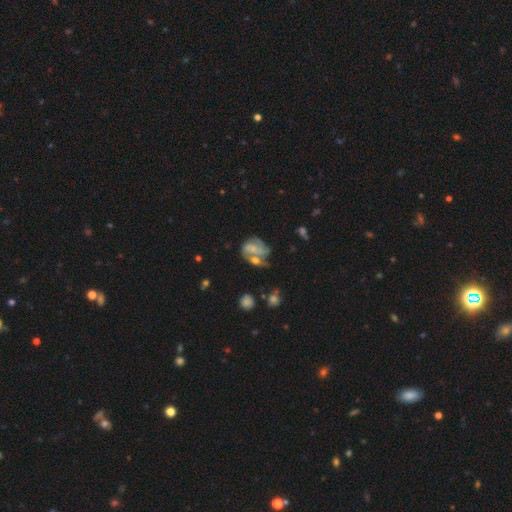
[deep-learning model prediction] A featured or disk galaxy (63%) with no bar (61%), spiral arms (74%) and a small central bulge (39%). Merging: none (32%).